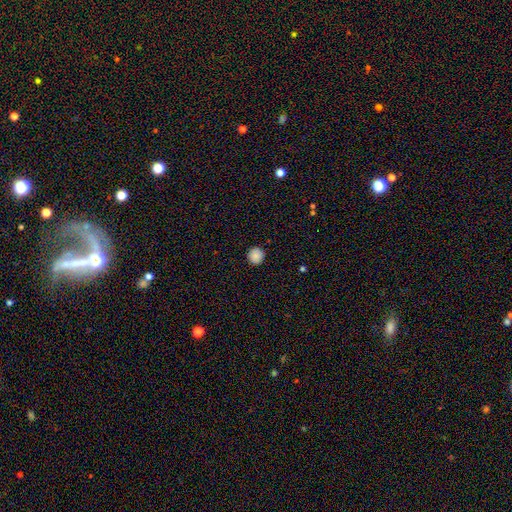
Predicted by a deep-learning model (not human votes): Smooth or featured?
  - smooth: 87% *
  - star or artifact: 9%
  - featured or disk: 4%
How rounded?
  - round: 94% *
  - in between: 5%
  - cigar-shaped: 1%
Merging?
  - none: 92% *
  - minor disturbance: 6%
  - major disturbance: 2%
  - merger: 1%